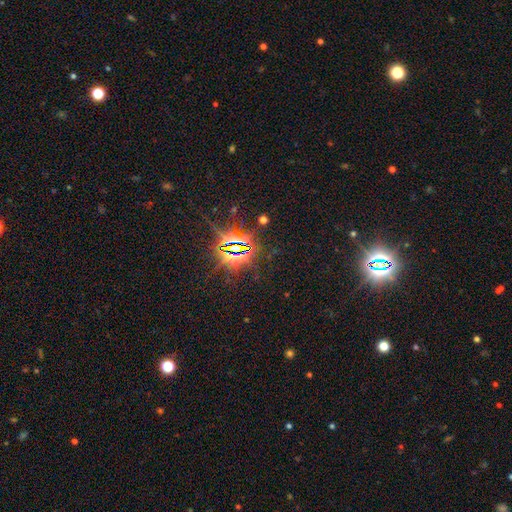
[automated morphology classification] type=star or artifact (85%).